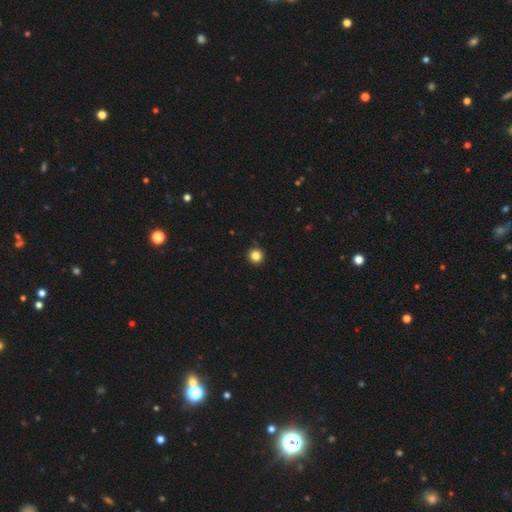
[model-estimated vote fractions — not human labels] Smooth or featured?
  - smooth: 84% *
  - star or artifact: 12%
  - featured or disk: 4%
How rounded?
  - round: 96% *
  - in between: 3%
  - cigar-shaped: 1%
Merging?
  - none: 93% *
  - minor disturbance: 4%
  - major disturbance: 1%
  - merger: 1%